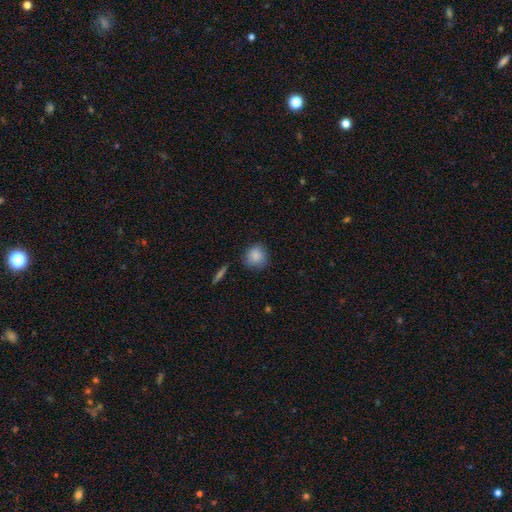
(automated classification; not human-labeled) The model was most divided on "merging": none: 81%, minor disturbance: 14%, major disturbance: 3%, merger: 2%. More confident: smooth or featured — smooth (87%); how rounded — round (87%).